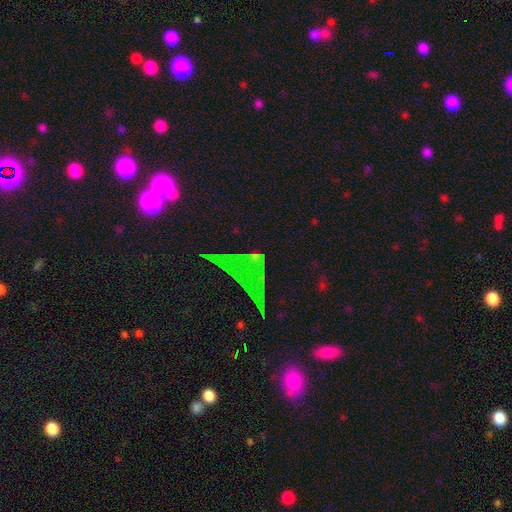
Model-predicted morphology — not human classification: Overall: star or artifact (63%).